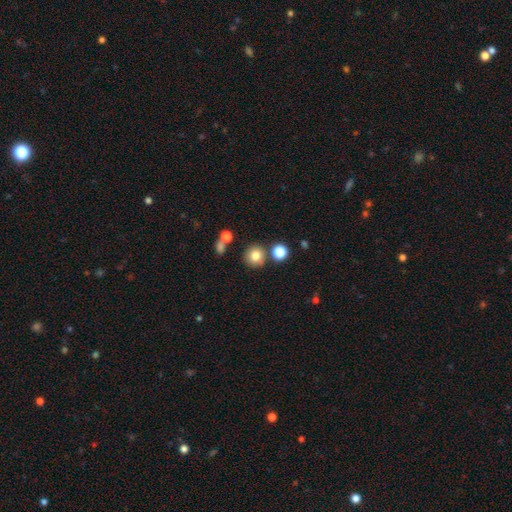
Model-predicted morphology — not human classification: The model was most divided on "smooth or featured": smooth: 79%, star or artifact: 12%, featured or disk: 8%. More confident: how rounded — round (91%); merging — none (78%).